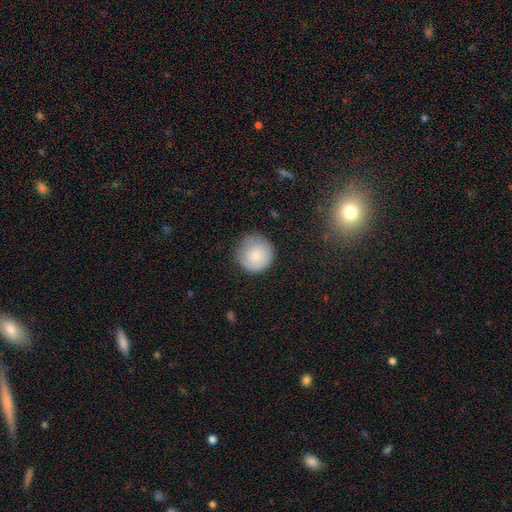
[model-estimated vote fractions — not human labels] Smooth or featured: smooth — 79% (featured or disk — 13%)
How rounded: round — 95% (in between — 5%)
Merging: none — 80% (minor disturbance — 15%)